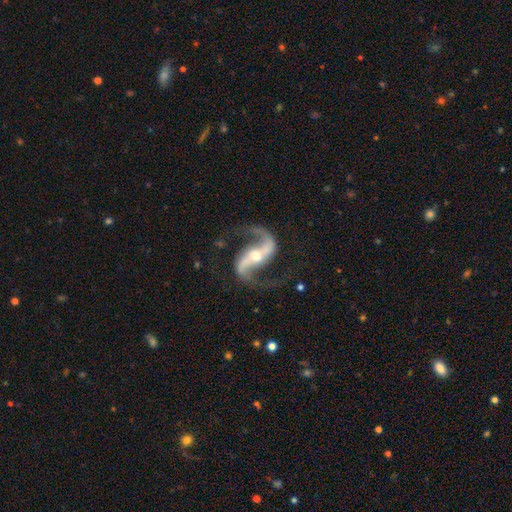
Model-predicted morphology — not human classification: This is clearly a featured or disk galaxy (93%). It is clearly not viewed edge-on (97%). Bar: possibly strong (53%). Spiral arm pattern: clearly yes (98%). Spiral arm count: clearly 2 (95%). Spiral winding: possibly loose (57%). Central bulge: possibly moderate (58%). Merging: likely none (80%).